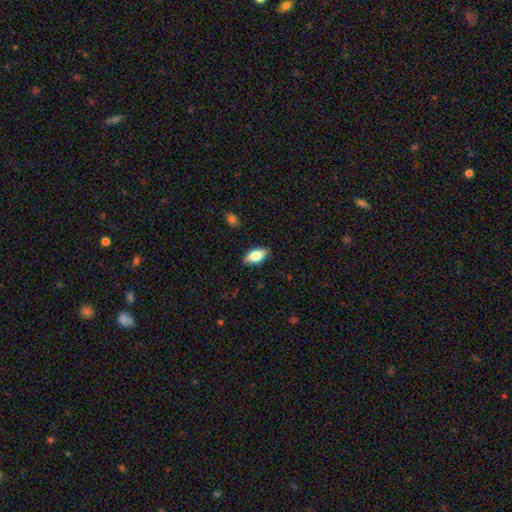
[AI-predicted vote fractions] Smooth or featured? smooth (78%)
How rounded? in between (90%)
Merging? none (88%)